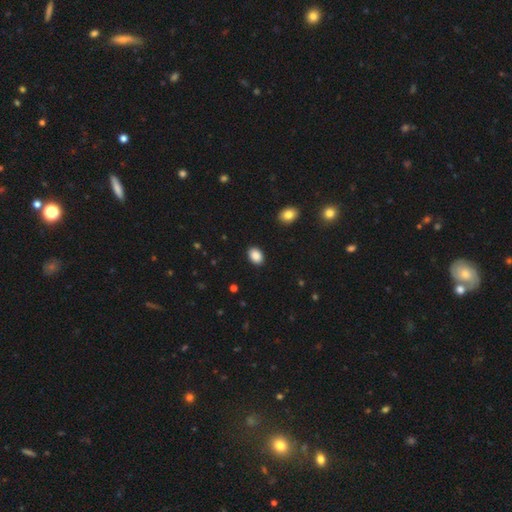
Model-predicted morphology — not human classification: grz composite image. It shows a smooth galaxy with no disk features (88%) that is in between round and cigar-shaped (79%). Merging: none (90%).